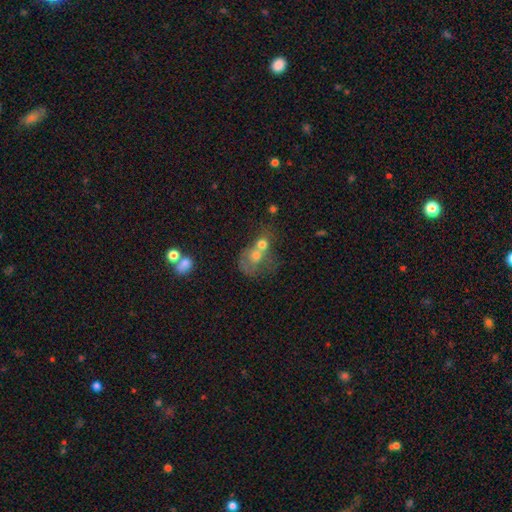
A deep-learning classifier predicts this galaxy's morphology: Smooth or featured?
  - smooth: 58% *
  - featured or disk: 30%
  - star or artifact: 12%
How rounded?
  - round: 62% *
  - in between: 37%
  - cigar-shaped: 1%
Merging?
  - merger: 70% *
  - none: 15%
  - major disturbance: 9%
  - minor disturbance: 6%